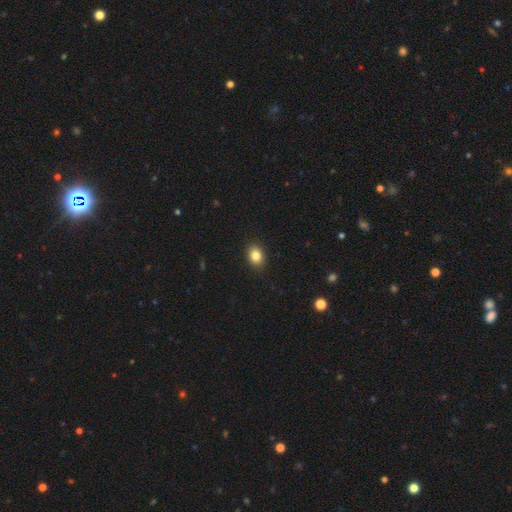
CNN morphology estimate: Smooth or featured? smooth (84%)
How rounded? in between (67%)
Merging? none (90%)